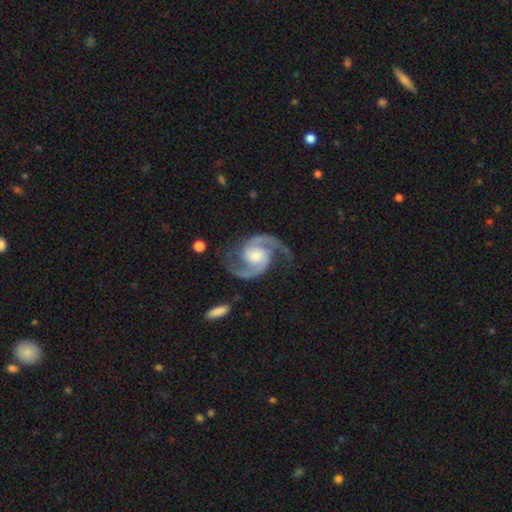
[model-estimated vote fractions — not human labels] This is clearly a featured or disk galaxy (94%). It is clearly not viewed edge-on (98%). Bar: possibly no (53%). Spiral arm pattern: clearly yes (99%). Spiral arm count: clearly 2 (95%). Spiral winding: likely medium (66%). Central bulge: possibly moderate (50%). Merging: likely none (79%).